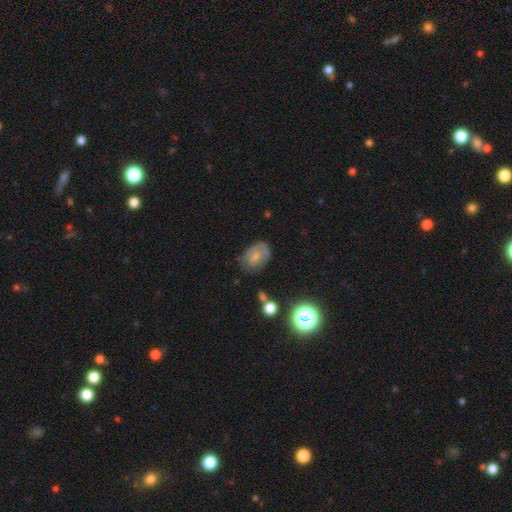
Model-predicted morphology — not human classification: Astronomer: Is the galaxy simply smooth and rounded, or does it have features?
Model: smooth — 63%.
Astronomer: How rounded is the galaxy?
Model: in between — 74%.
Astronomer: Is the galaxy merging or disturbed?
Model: none — 54% (runner-up: minor disturbance, 29%).